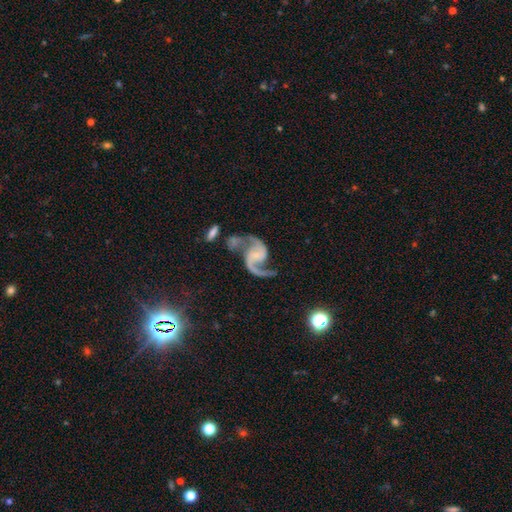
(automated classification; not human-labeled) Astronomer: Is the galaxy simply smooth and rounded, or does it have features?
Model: featured or disk — 92%.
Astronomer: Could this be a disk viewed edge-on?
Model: no — 98%.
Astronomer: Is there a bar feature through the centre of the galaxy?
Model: no — 54% (runner-up: weak, 34%).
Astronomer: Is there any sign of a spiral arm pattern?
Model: yes — 98%.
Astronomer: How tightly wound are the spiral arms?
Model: loose — 58% (runner-up: medium, 36%).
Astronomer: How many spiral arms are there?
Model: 2 — 92%.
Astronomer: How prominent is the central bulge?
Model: small — 66%.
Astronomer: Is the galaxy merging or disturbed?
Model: none — 51%.